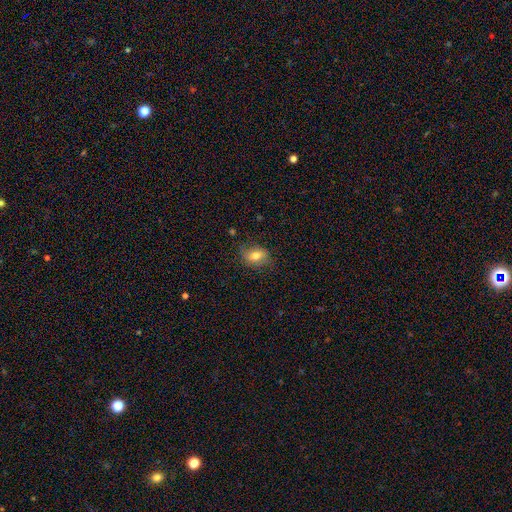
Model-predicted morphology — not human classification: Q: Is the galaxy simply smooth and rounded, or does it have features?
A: smooth — 74%.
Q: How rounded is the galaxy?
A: in between — 73%.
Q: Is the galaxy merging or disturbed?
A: none — 74%.